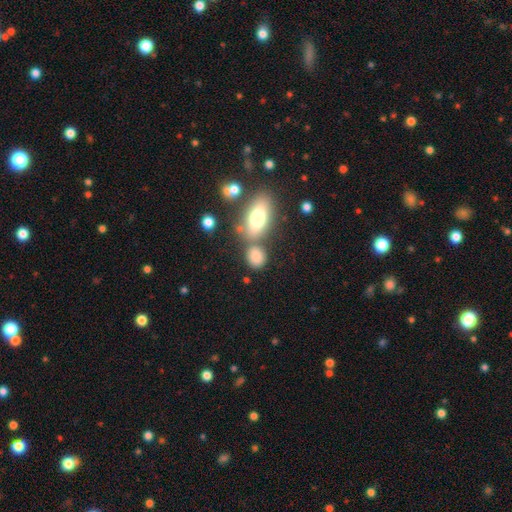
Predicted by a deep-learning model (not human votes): This is likely a smooth galaxy (78%). How rounded: possibly in between (52%). Merging: possibly none (60%).